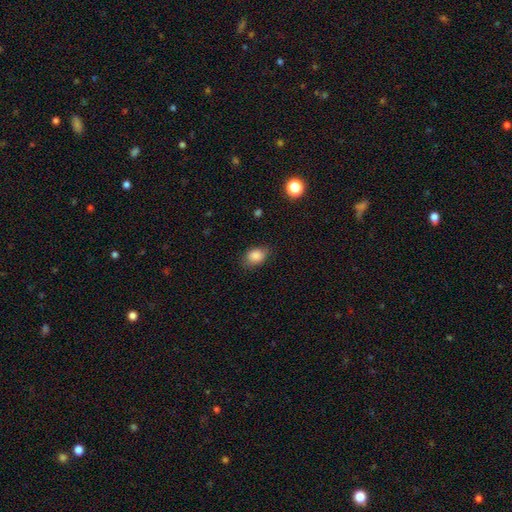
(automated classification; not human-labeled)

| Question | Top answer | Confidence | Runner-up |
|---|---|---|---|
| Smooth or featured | smooth | 87% | star or artifact (8%) |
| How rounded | in between | 72% | round (27%) |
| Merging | none | 76% | minor disturbance (18%) |